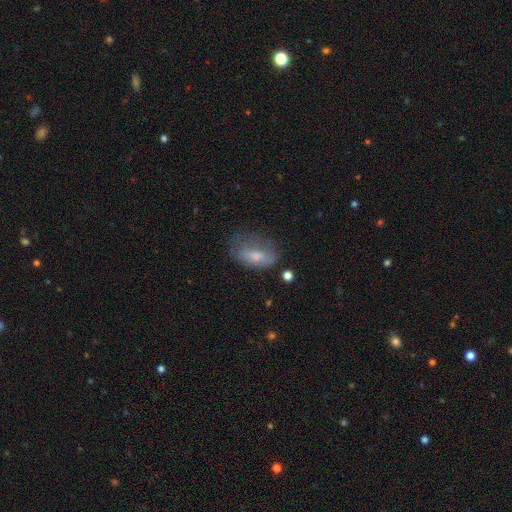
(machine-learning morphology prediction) smooth 62%, featured or disk 28%, star or artifact 10%. Down the decision tree: how rounded — in between (87%); merging — none (49%).